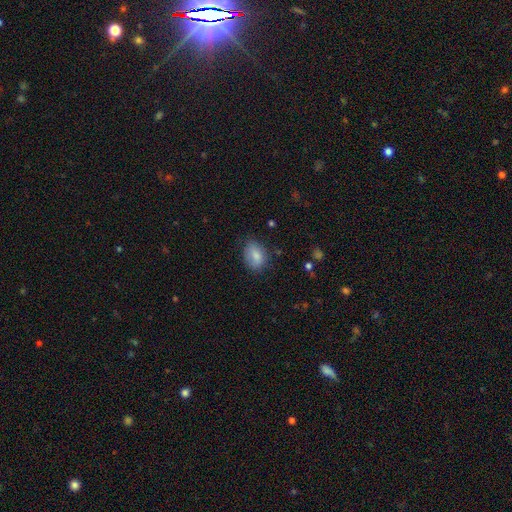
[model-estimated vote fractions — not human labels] Smooth or featured? Predicted: smooth (p=0.82). How rounded? Predicted: in between (p=0.79). Merging? Predicted: none (p=0.66).